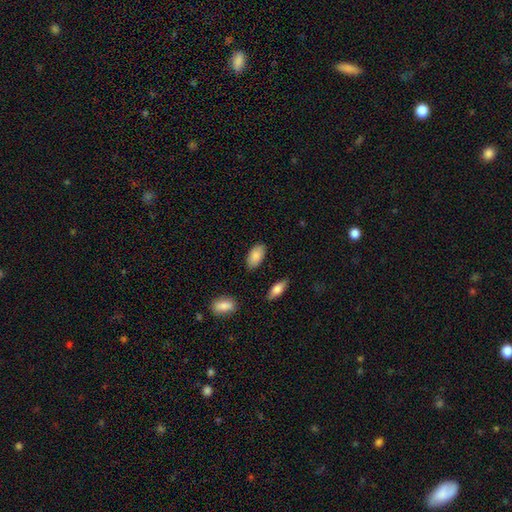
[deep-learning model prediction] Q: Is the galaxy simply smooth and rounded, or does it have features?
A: smooth — 86%.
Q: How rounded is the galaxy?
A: in between — 94%.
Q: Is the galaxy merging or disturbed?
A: none — 85%.